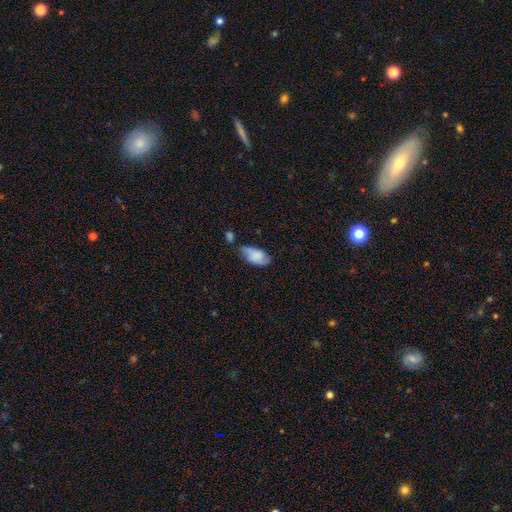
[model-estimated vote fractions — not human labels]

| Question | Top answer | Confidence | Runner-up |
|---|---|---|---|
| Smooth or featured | smooth | 74% | featured or disk (18%) |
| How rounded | in between | 92% | round (4%) |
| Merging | none | 38% | minor disturbance (36%) |